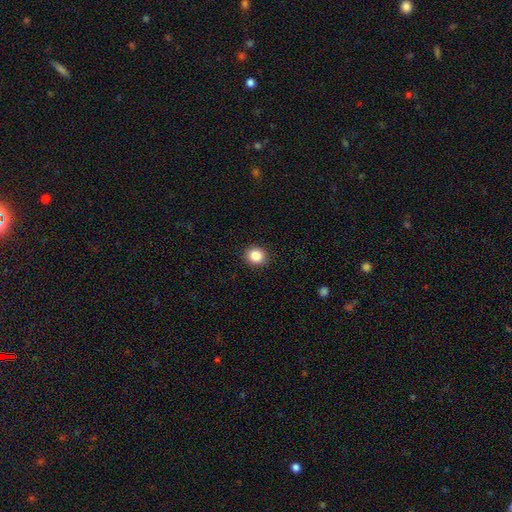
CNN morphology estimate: This is clearly a smooth galaxy (86%). How rounded: likely round (80%). Merging: clearly none (92%).